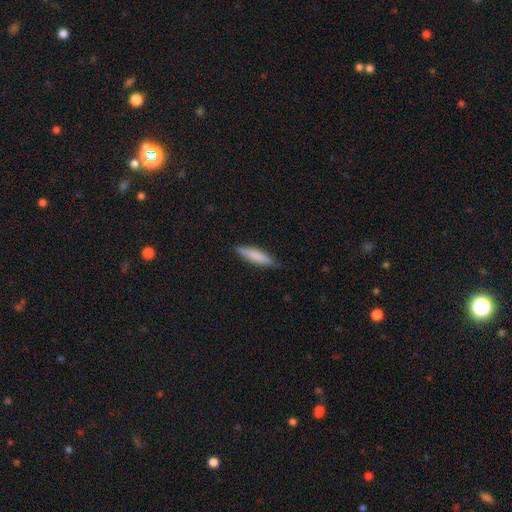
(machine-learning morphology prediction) Smooth or featured? smooth (80%)
How rounded? cigar-shaped (68%)
Merging? none (81%)